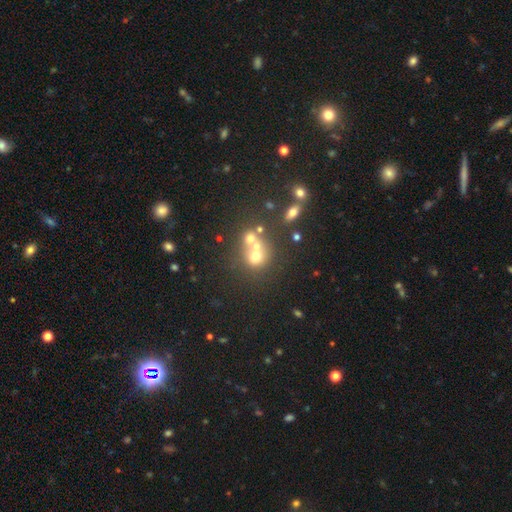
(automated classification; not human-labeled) smooth_or_featured: smooth (p=0.59) [alt: featured or disk p=0.23]
how_rounded: round (p=0.77) [alt: in between p=0.22]
merging: merger (p=0.48) [alt: none p=0.38]